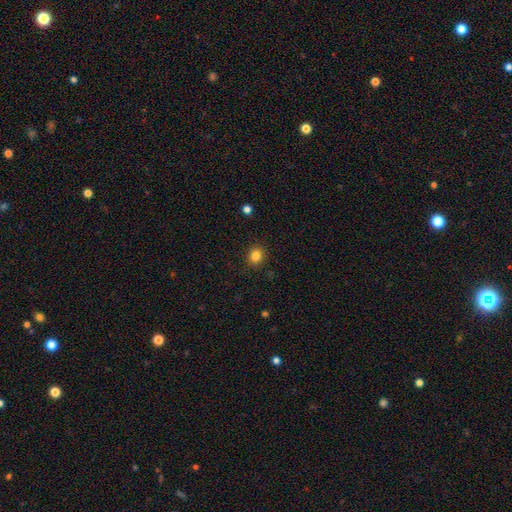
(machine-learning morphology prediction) The model was most divided on "how rounded": round: 77%, in between: 22%, cigar-shaped: 1%. More confident: merging — none (90%); smooth or featured — smooth (84%).